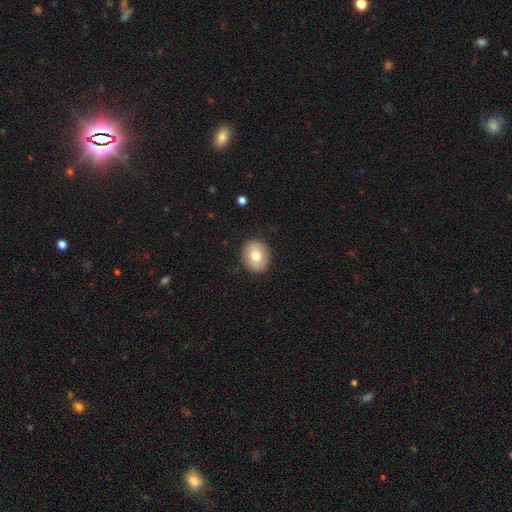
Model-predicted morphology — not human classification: The model was most divided on "how rounded": round: 68%, in between: 31%, cigar-shaped: 1%. More confident: merging — none (90%); smooth or featured — smooth (75%).